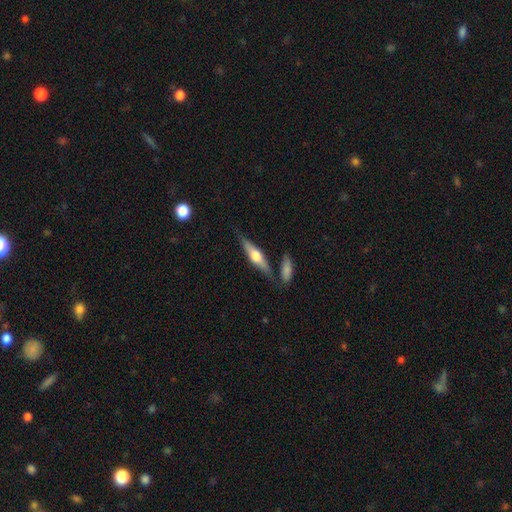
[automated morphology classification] smooth-or-featured: featured or disk: 59% | smooth: 35% | star or artifact: 5%
  disk-edge-on: yes: 95% | no: 5%
    edge-on-bulge: rounded: 92% | boxy: 6% | none: 3%
  merging: none: 75% | minor disturbance: 13% | merger: 9% | major disturbance: 3%